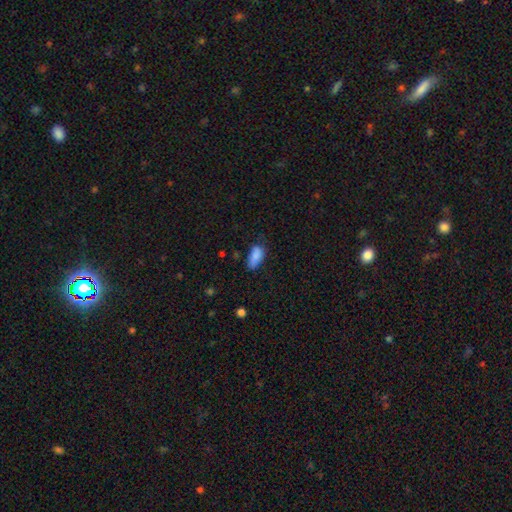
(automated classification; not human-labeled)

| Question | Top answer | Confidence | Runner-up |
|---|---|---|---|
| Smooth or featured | smooth | 84% | featured or disk (8%) |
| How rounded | in between | 87% | cigar-shaped (10%) |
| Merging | none | 53% | minor disturbance (34%) |